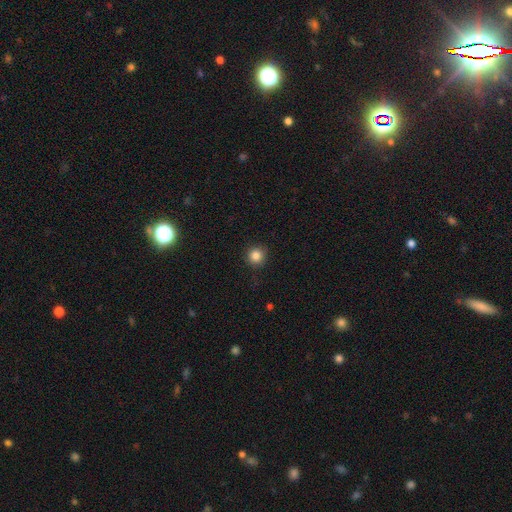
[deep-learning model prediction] This appears to be a smooth galaxy with no disk features (84%) that is round (94%). Merging: none (90%).